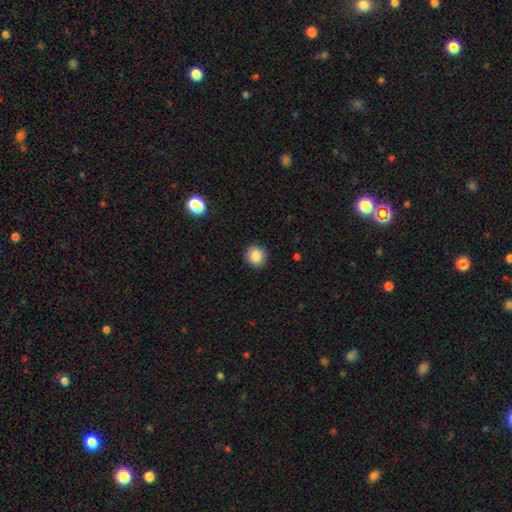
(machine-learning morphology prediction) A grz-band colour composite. It shows a smooth galaxy with no disk features (86%) that is round (88%). Merging: none (90%).